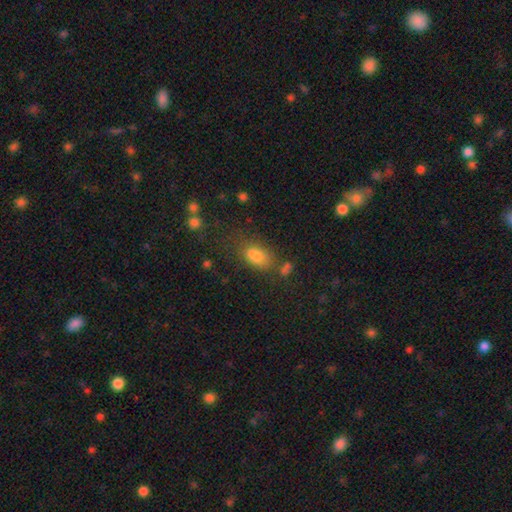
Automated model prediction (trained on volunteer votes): Smooth or featured: smooth — 78% (star or artifact — 13%)
How rounded: in between — 84% (round — 11%)
Merging: none — 56% (minor disturbance — 21%)